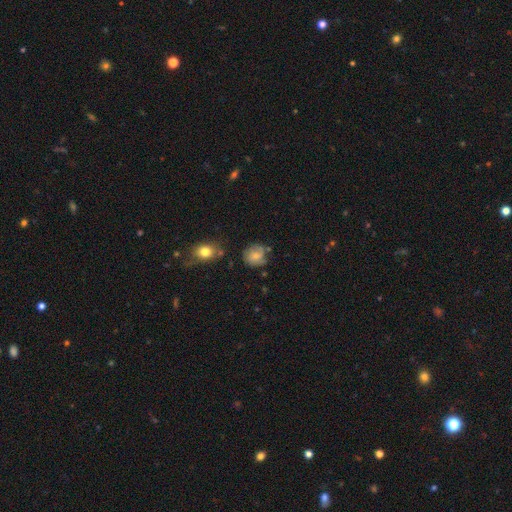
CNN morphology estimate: type=smooth (59%); roundness=round (76%); merging=none (65%).